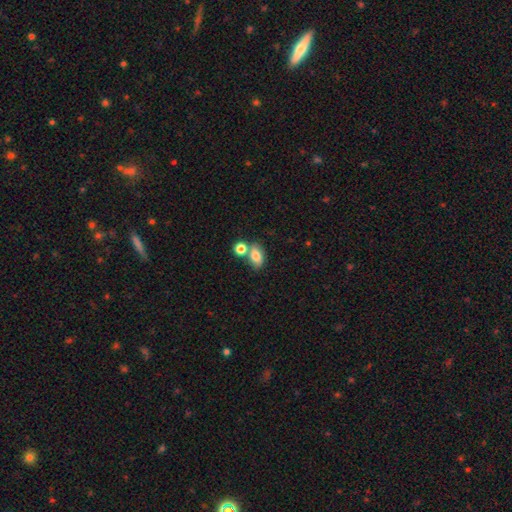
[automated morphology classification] smooth 78%, featured or disk 12%, star or artifact 9%. Down the decision tree: how rounded — in between (80%); merging — none (50%).